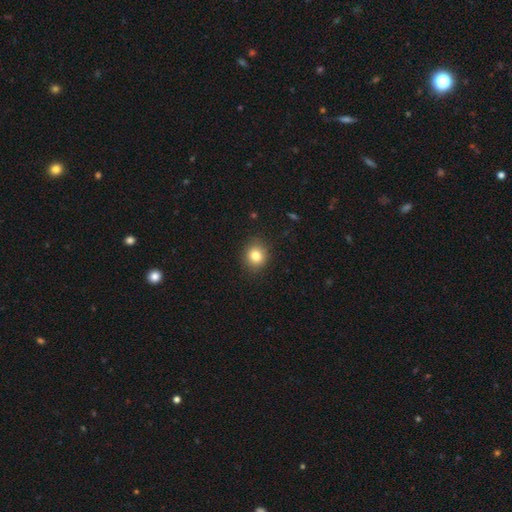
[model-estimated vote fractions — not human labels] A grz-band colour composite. It shows a smooth galaxy with no disk features (82%) that is round (78%). Merging: none (88%).